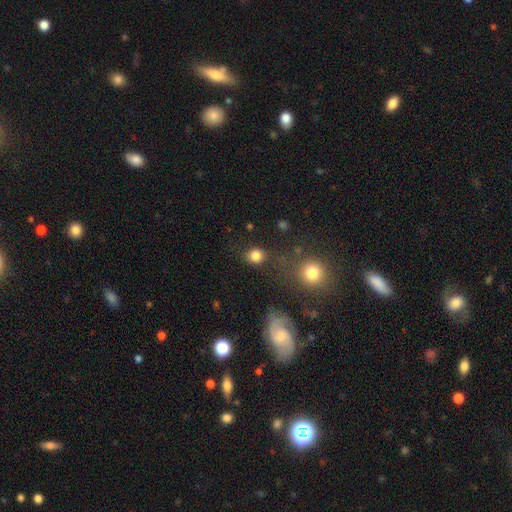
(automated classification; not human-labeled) This is clearly a smooth galaxy (83%). How rounded: likely round (77%). Merging: likely none (78%).